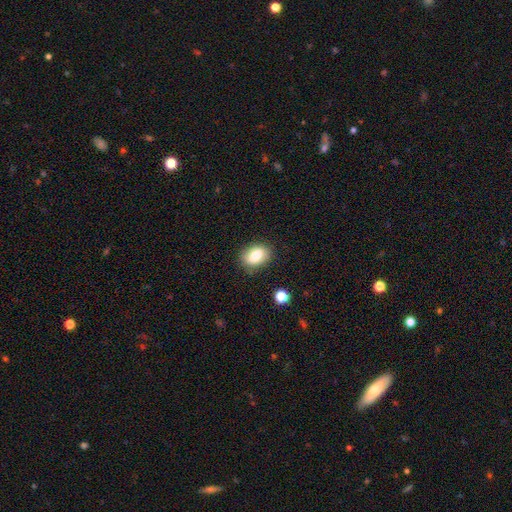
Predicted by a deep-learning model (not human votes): smooth_or_featured: smooth (p=0.80) [alt: featured or disk p=0.12]
how_rounded: in between (p=0.82) [alt: round p=0.17]
merging: none (p=0.83) [alt: minor disturbance p=0.12]